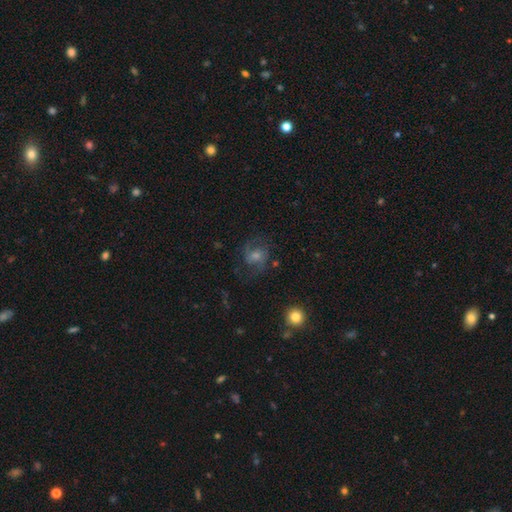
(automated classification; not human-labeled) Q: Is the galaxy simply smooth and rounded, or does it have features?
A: featured or disk — 57%.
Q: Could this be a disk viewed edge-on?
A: no — 97%.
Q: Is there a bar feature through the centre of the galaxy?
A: no — 55%.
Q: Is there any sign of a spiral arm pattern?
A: yes — 84%.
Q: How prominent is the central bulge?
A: moderate — 49%.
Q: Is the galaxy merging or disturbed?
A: none — 61%.